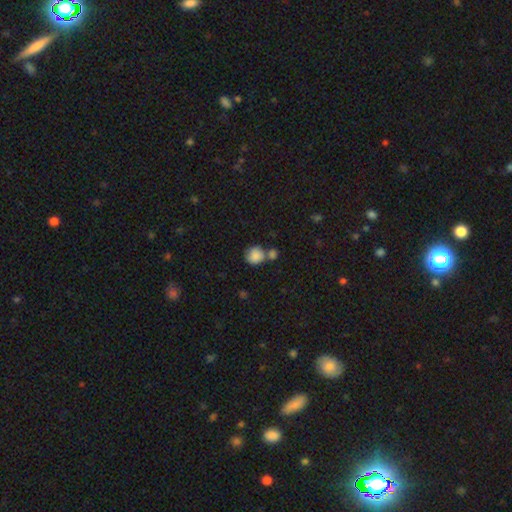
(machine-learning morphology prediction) Smooth or featured? Predicted: smooth (p=0.84). How rounded? Predicted: round (p=0.84). Merging? Predicted: none (p=0.43).